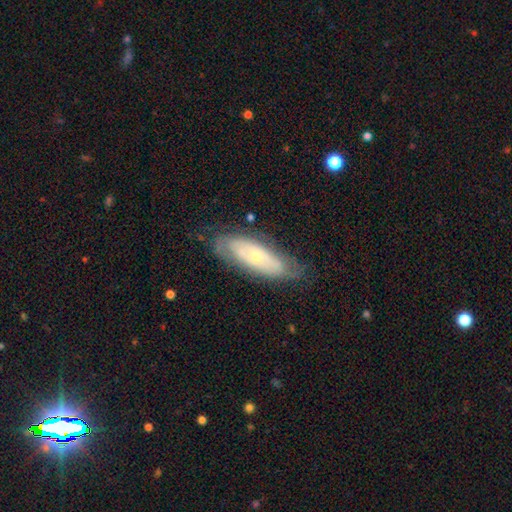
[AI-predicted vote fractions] Smooth or featured: featured or disk — 60% (smooth — 34%)
Edge-on disk: no — 79% (yes — 21%)
Merging: none — 72% (minor disturbance — 20%)